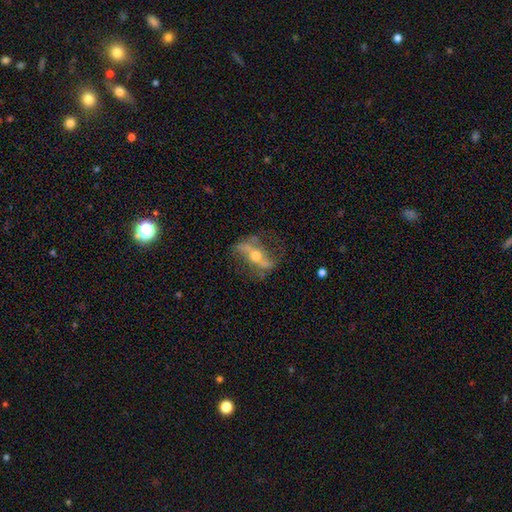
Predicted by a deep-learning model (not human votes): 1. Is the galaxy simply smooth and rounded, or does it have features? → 80% featured or disk, 12% smooth, 8% star or artifact.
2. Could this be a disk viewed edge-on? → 71% no, 29% yes.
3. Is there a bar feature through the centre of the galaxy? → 52% strong, 26% no, 21% weak.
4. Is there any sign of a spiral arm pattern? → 77% yes, 23% no.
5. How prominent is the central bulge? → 60% moderate, 34% small, 4% large, 1% none, 1% dominant.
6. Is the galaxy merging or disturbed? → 68% none, 18% minor disturbance, 12% major disturbance, 2% merger.